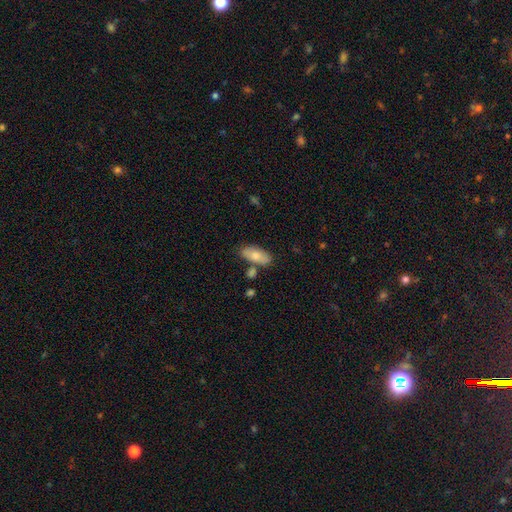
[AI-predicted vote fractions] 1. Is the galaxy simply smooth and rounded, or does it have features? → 73% smooth, 21% featured or disk, 6% star or artifact.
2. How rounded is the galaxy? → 88% in between, 9% cigar-shaped, 3% round.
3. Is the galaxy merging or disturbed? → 74% none, 14% minor disturbance, 10% merger, 3% major disturbance.